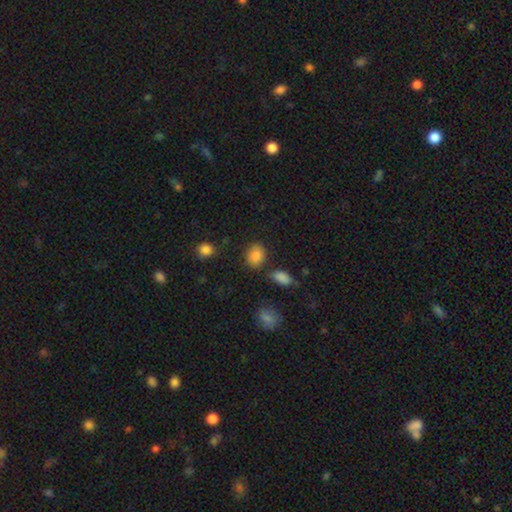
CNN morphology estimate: A smooth galaxy with no disk features (86%) that is in between round and cigar-shaped (53%).

Vote fractions:
- Smooth or featured? smooth: 86% / star or artifact: 9% / featured or disk: 5%
- How rounded? in between: 53% / round: 45% / cigar-shaped: 1%
- Merging? none: 75% / minor disturbance: 14% / merger: 7% / major disturbance: 4%